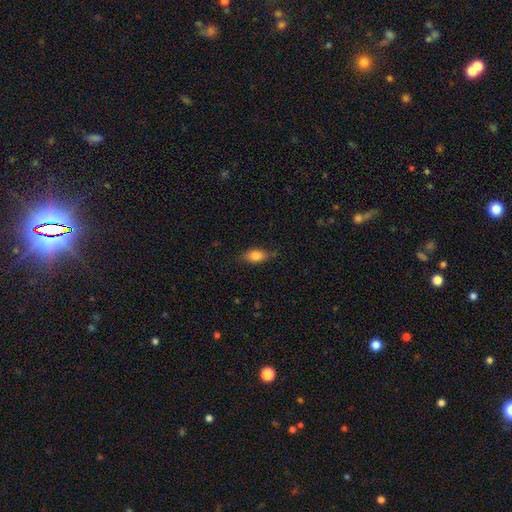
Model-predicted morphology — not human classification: A smooth galaxy with no disk features (80%) that is in between round and cigar-shaped (84%). Merging: none (76%).